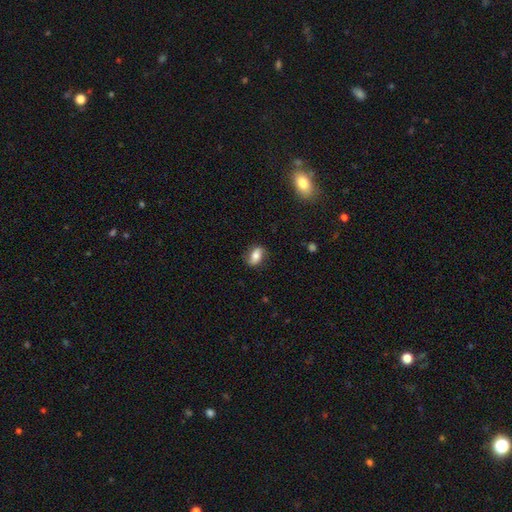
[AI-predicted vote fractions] Q: Smooth or featured?
A: smooth (63%); runner-up: featured or disk (29%)
Q: How rounded?
A: in between (83%); runner-up: round (12%)
Q: Merging?
A: none (78%); runner-up: minor disturbance (16%)